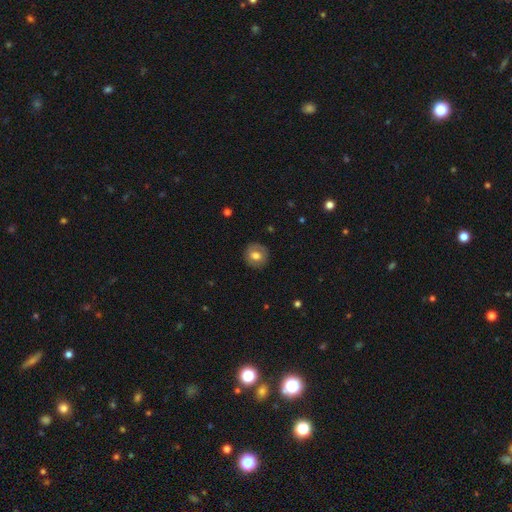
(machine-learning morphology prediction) smooth 68%, featured or disk 24%, star or artifact 8%. Down the decision tree: how rounded — round (86%); merging — none (87%).